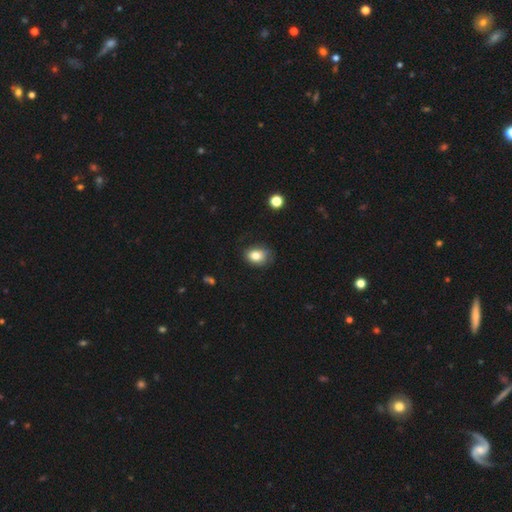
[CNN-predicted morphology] This appears to be a smooth galaxy with no disk features (81%) that is in between round and cigar-shaped (67%). Merging: none (67%).